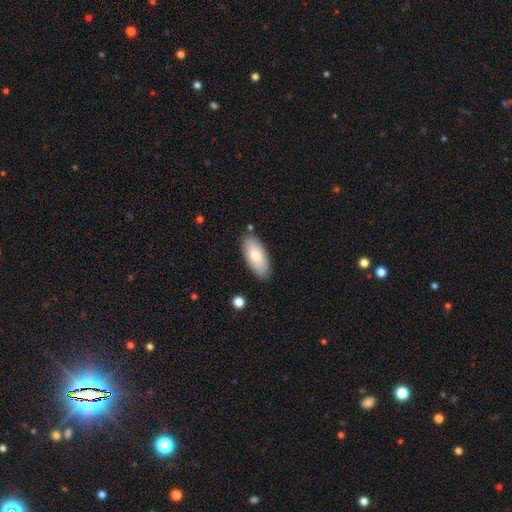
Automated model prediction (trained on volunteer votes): This appears to be a smooth galaxy with no disk features (82%) that is in between round and cigar-shaped (87%). Merging: none (83%).